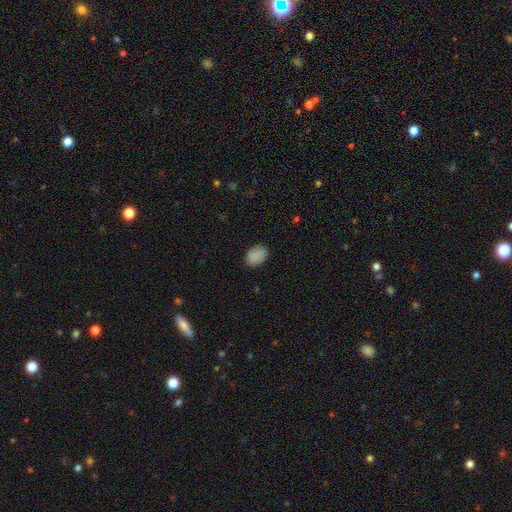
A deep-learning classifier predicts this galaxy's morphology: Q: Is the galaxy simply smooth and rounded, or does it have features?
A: smooth — 86%.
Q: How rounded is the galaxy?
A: in between — 70%.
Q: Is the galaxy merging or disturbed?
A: none — 83%.